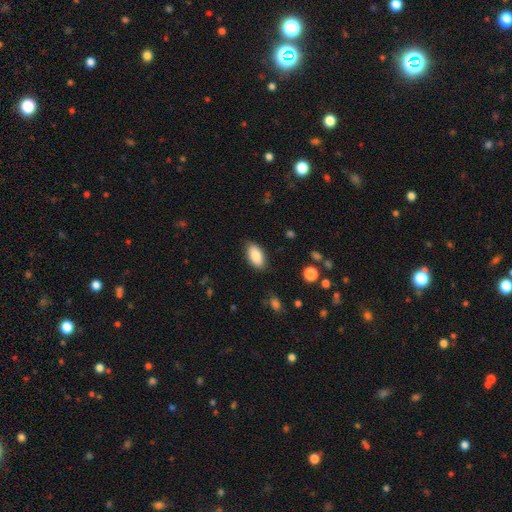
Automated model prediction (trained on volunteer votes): smooth-or-featured: smooth: 86% | featured or disk: 8% | star or artifact: 7%
  how-rounded: in between: 93% | cigar-shaped: 4% | round: 3%
  merging: none: 83% | minor disturbance: 13% | major disturbance: 3% | merger: 1%